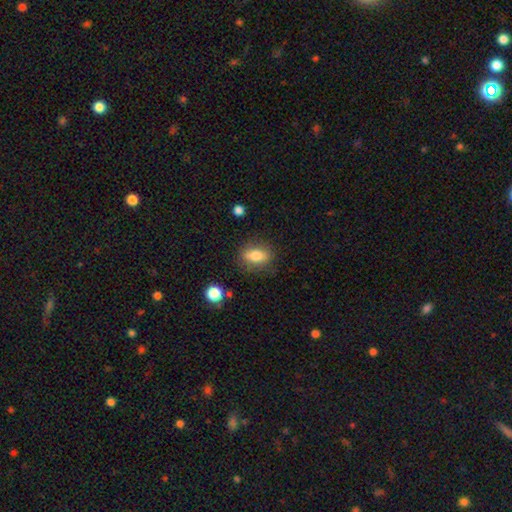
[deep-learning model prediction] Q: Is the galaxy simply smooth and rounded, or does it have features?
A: smooth — 78%.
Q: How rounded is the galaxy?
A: in between — 78%.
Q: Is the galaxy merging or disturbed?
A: none — 81%.